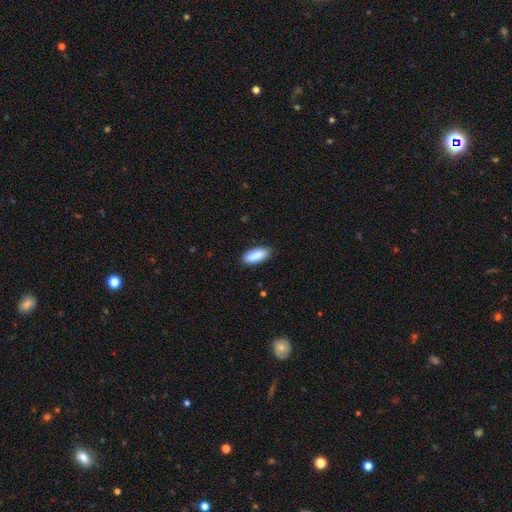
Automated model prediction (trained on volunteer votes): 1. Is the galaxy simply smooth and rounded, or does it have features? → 89% smooth, 6% star or artifact, 4% featured or disk.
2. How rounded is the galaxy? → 79% in between, 19% cigar-shaped, 2% round.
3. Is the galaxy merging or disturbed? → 85% none, 12% minor disturbance, 2% major disturbance, 1% merger.